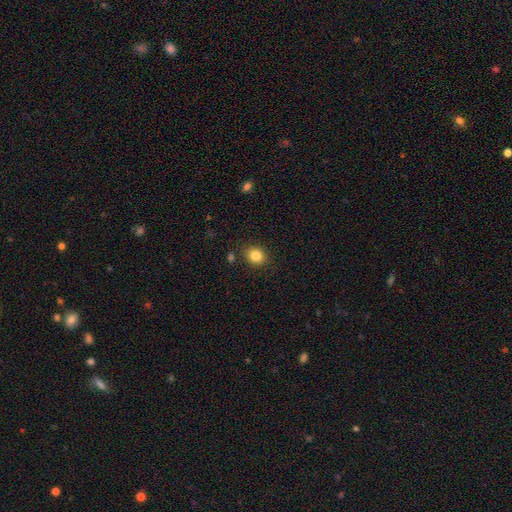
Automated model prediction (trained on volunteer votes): smooth-or-featured: smooth: 84% | star or artifact: 11% | featured or disk: 6%
  how-rounded: round: 61% | in between: 38% | cigar-shaped: 1%
  merging: none: 85% | minor disturbance: 9% | major disturbance: 3% | merger: 3%